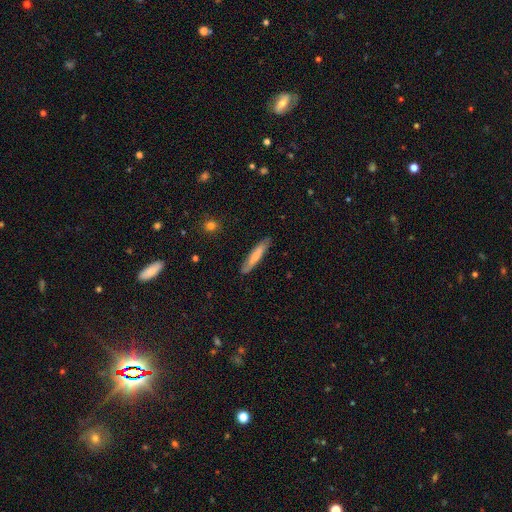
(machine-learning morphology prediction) smooth_or_featured: smooth (p=0.70) [alt: featured or disk p=0.24]
how_rounded: cigar-shaped (p=0.90) [alt: in between p=0.09]
merging: none (p=0.85) [alt: minor disturbance p=0.11]